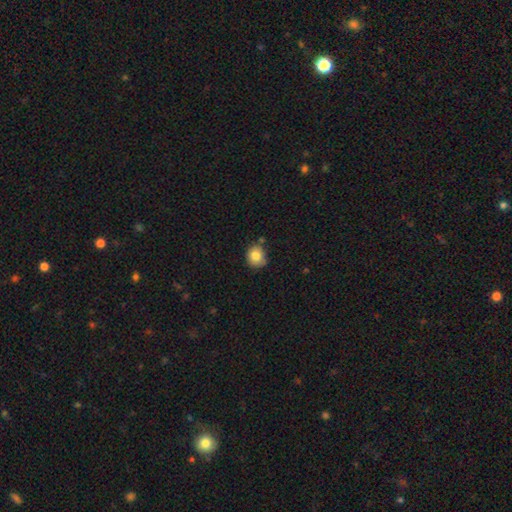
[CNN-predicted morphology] This appears to be a smooth galaxy with no disk features (81%) that is round (78%). Merging: none (71%).